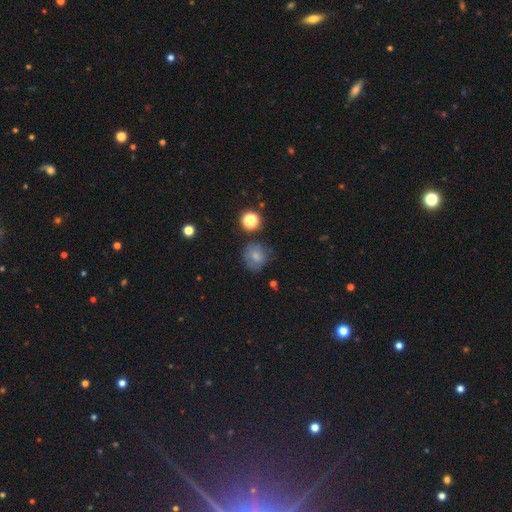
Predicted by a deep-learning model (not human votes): smooth 69%, featured or disk 17%, star or artifact 14%. Down the decision tree: how rounded — round (80%); merging — none (63%).